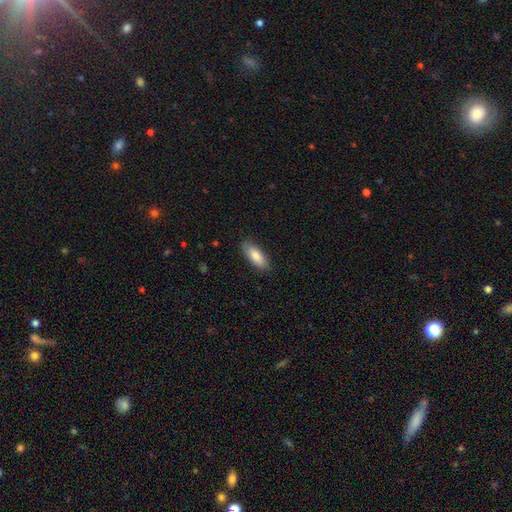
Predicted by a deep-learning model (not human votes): smooth_or_featured: smooth (p=0.84) [alt: featured or disk p=0.10]
how_rounded: in between (p=0.72) [alt: cigar-shaped p=0.26]
merging: none (p=0.86) [alt: minor disturbance p=0.11]